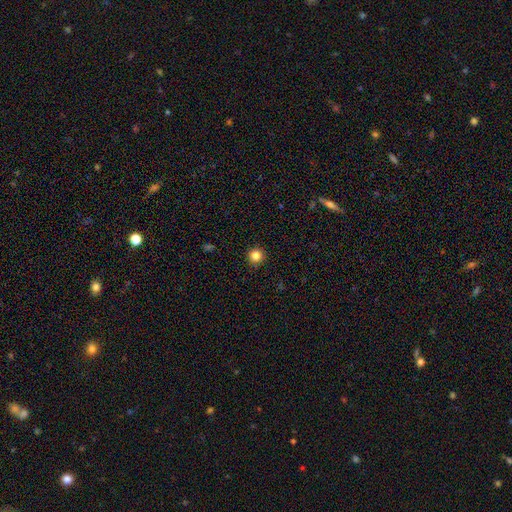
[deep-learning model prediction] This appears to be a smooth galaxy with no disk features (83%) that is round (96%). Merging: none (93%).